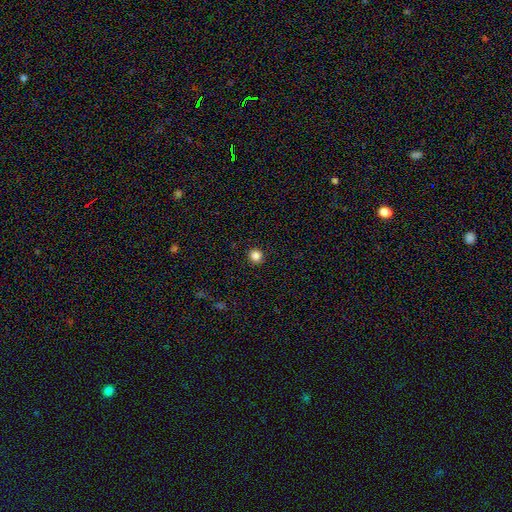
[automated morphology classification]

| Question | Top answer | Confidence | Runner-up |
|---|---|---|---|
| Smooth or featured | smooth | 85% | star or artifact (11%) |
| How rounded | round | 93% | in between (6%) |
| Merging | none | 93% | minor disturbance (4%) |